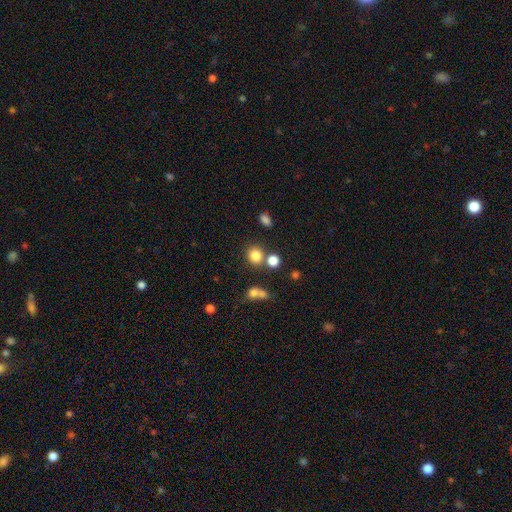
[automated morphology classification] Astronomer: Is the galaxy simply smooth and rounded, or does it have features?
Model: smooth — 80%.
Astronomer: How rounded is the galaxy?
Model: round — 80%.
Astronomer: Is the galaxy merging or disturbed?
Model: none — 70%.